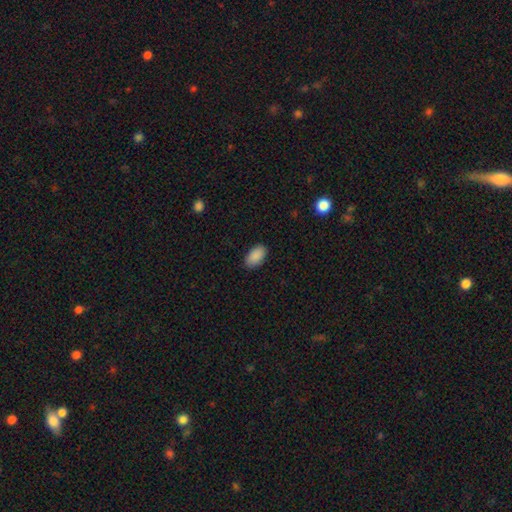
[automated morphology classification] Smooth or featured?
  - smooth: 90% *
  - star or artifact: 7%
  - featured or disk: 3%
How rounded?
  - in between: 94% *
  - round: 4%
  - cigar-shaped: 2%
Merging?
  - none: 88% *
  - minor disturbance: 9%
  - major disturbance: 2%
  - merger: 1%